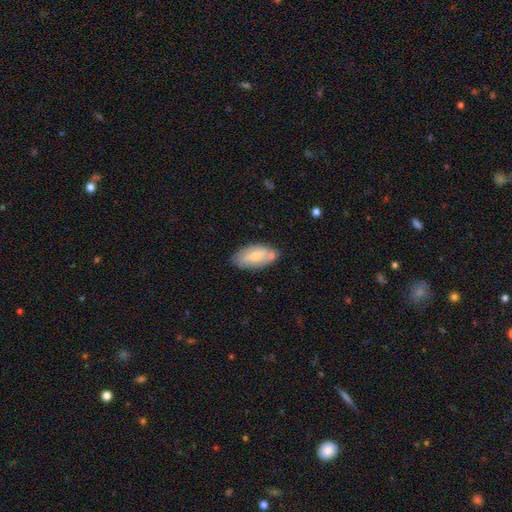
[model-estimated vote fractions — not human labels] smooth 61%, featured or disk 33%, star or artifact 6%. Down the decision tree: how rounded — in between (90%); merging — none (64%).